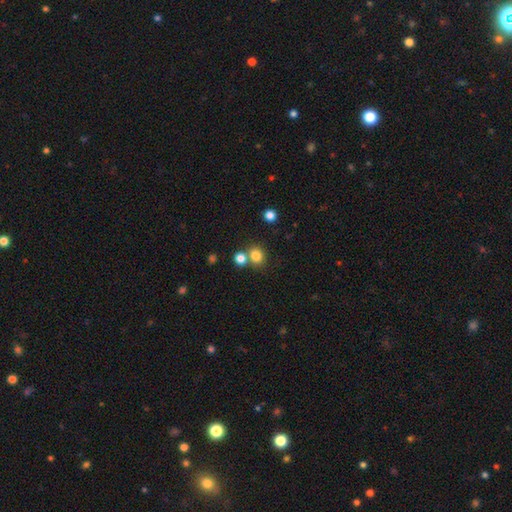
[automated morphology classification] Q: Smooth or featured?
A: smooth (80%); runner-up: star or artifact (13%)
Q: How rounded?
A: round (78%); runner-up: in between (21%)
Q: Merging?
A: none (62%); runner-up: merger (27%)